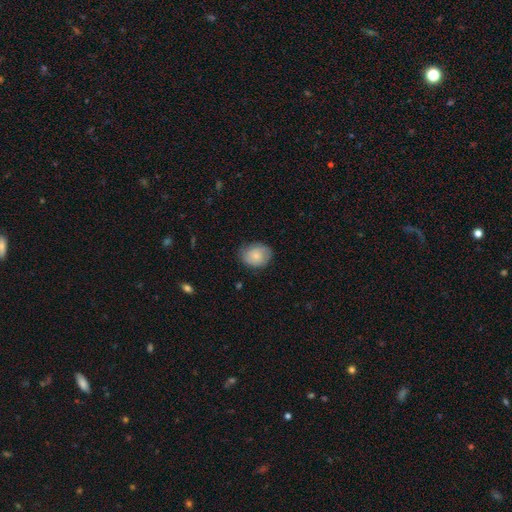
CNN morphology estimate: Smooth or featured? smooth (72%)
How rounded? round (54%)
Merging? none (73%)